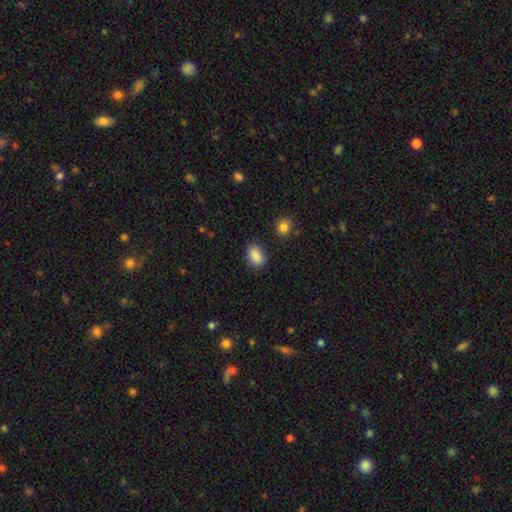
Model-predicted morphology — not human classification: smooth 88%, star or artifact 9%, featured or disk 4%. Down the decision tree: how rounded — in between (82%); merging — none (81%).